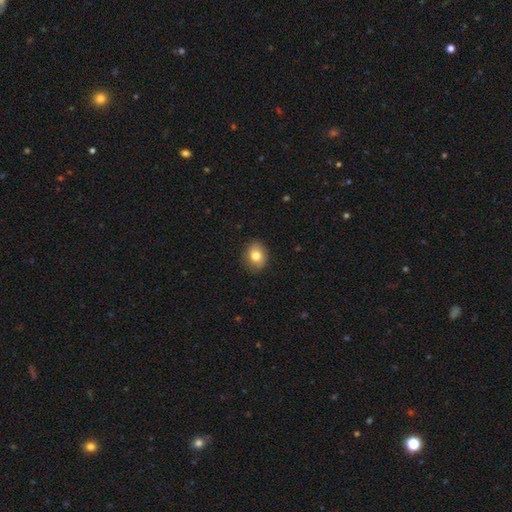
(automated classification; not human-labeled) Q: Smooth or featured?
A: smooth (79%); runner-up: featured or disk (12%)
Q: How rounded?
A: round (57%); runner-up: in between (42%)
Q: Merging?
A: none (86%); runner-up: minor disturbance (11%)